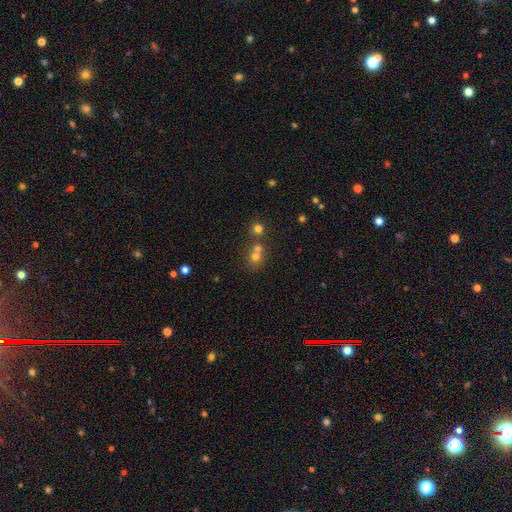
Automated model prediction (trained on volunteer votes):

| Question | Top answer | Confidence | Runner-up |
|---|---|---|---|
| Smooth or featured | smooth | 63% | star or artifact (22%) |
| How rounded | round | 79% | in between (20%) |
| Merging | merger | 49% | none (42%) |